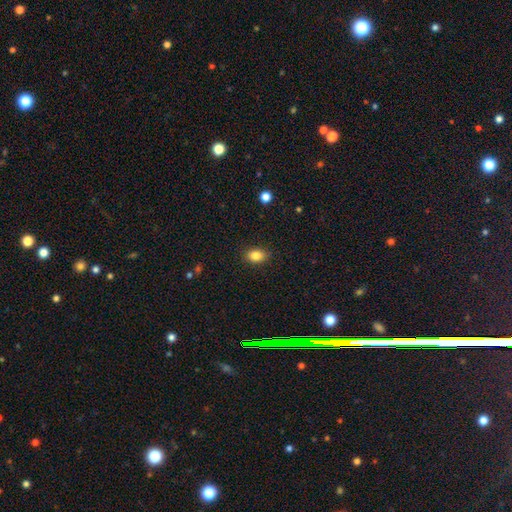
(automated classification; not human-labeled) Smooth or featured? Predicted: smooth (p=0.84). How rounded? Predicted: in between (p=0.76). Merging? Predicted: none (p=0.87).